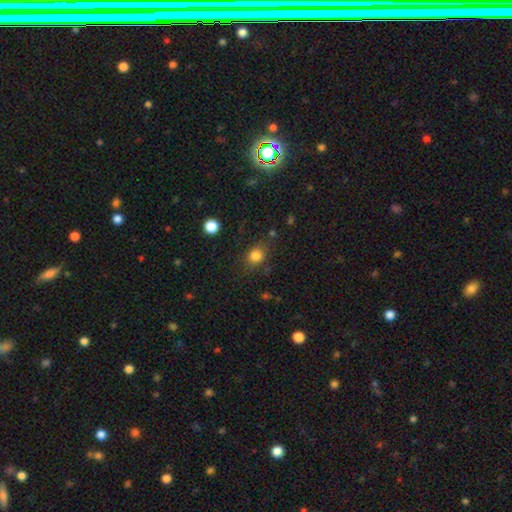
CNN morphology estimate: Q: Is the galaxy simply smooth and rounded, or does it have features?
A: smooth — 82%.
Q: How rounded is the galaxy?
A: round — 60%.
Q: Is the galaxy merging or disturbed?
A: none — 77%.